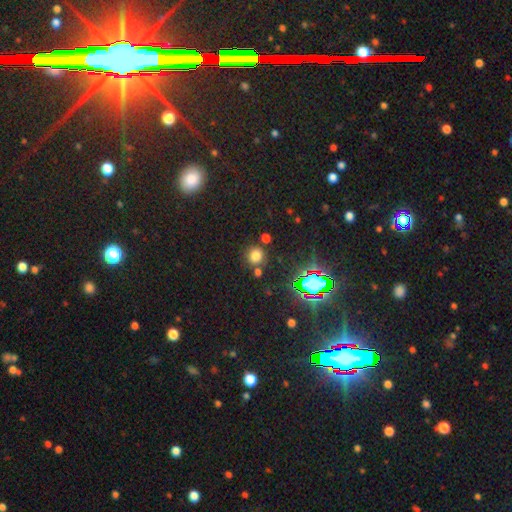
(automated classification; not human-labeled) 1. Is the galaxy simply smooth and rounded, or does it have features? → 69% smooth, 25% star or artifact, 6% featured or disk.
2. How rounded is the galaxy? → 88% round, 11% in between, 1% cigar-shaped.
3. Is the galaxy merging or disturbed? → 78% none, 10% merger, 9% minor disturbance, 4% major disturbance.